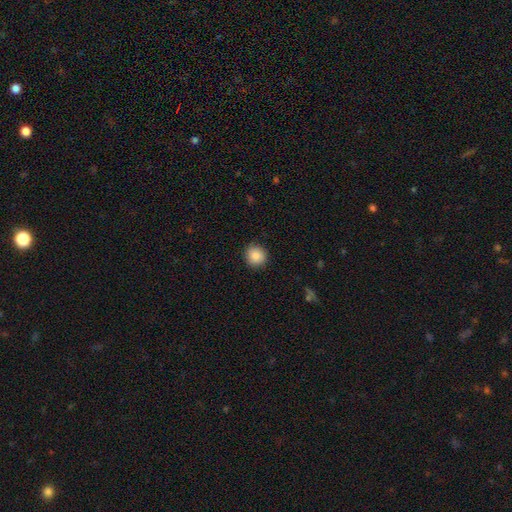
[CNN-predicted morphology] A smooth galaxy with no disk features (87%) that is round (92%). Merging: none (90%).